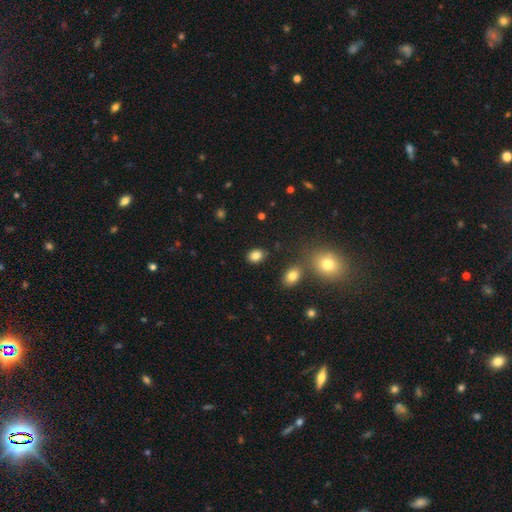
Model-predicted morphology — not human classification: The model was most divided on "how rounded": in between: 60%, round: 39%, cigar-shaped: 1%. More confident: merging — none (85%); smooth or featured — smooth (84%).